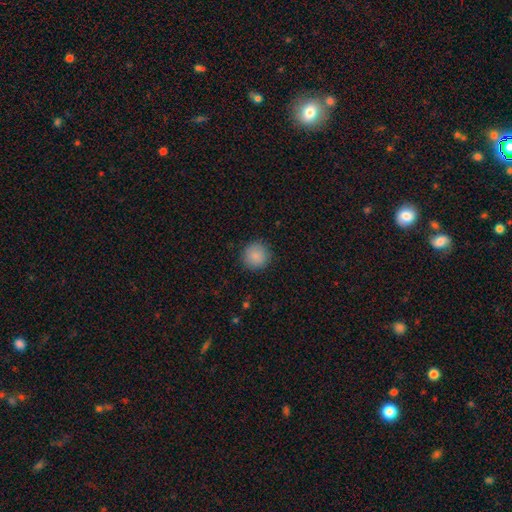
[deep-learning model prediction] Smooth or featured: smooth — 88% (star or artifact — 8%)
How rounded: round — 94% (in between — 5%)
Merging: none — 89% (minor disturbance — 7%)